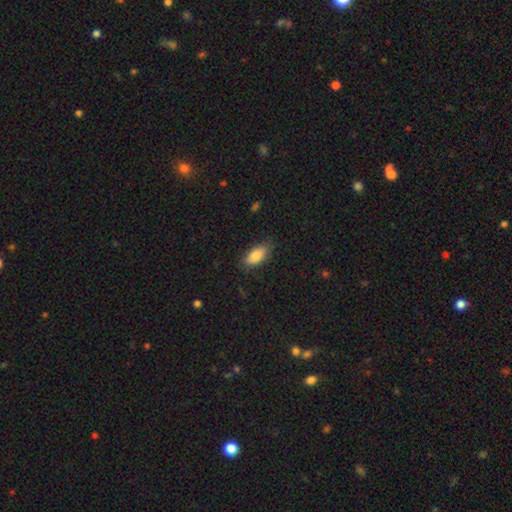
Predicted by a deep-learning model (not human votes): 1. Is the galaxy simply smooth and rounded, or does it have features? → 85% smooth, 8% featured or disk, 7% star or artifact.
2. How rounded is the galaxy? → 90% in between, 7% cigar-shaped, 3% round.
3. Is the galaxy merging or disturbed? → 80% none, 16% minor disturbance, 3% major disturbance, 1% merger.